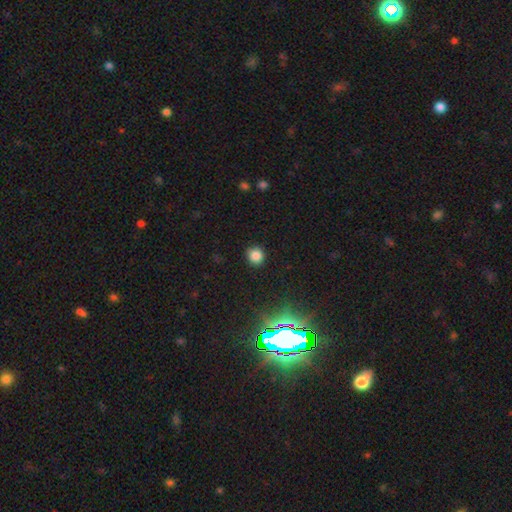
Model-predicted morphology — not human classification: Q: Smooth or featured?
A: smooth (81%); runner-up: star or artifact (15%)
Q: How rounded?
A: round (89%); runner-up: in between (10%)
Q: Merging?
A: none (88%); runner-up: minor disturbance (8%)